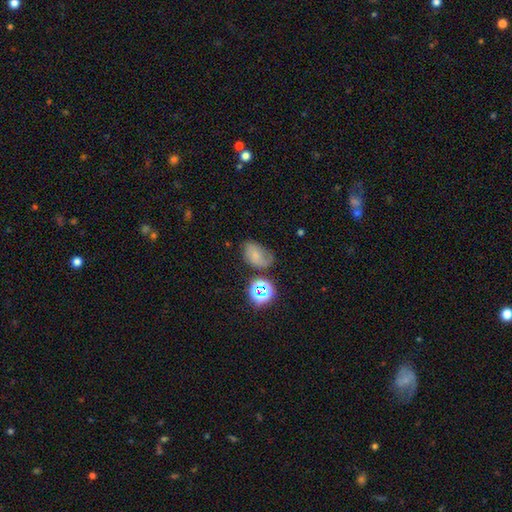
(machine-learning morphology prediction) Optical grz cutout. It shows a smooth galaxy with no disk features (57%) that is in between round and cigar-shaped (81%). Merging: none (47%).